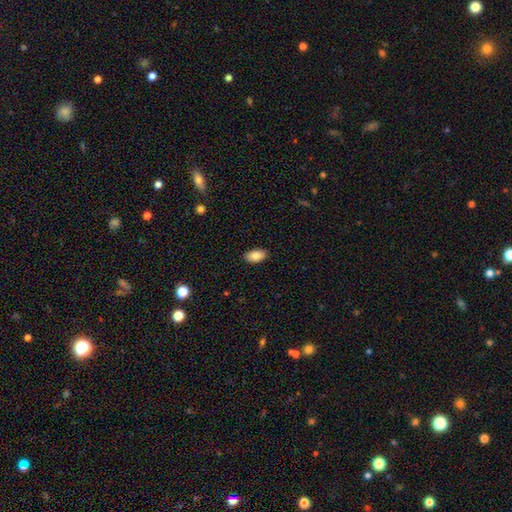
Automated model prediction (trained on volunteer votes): Morphology: type=smooth (86%); roundness=in between (94%); merging=none (89%).